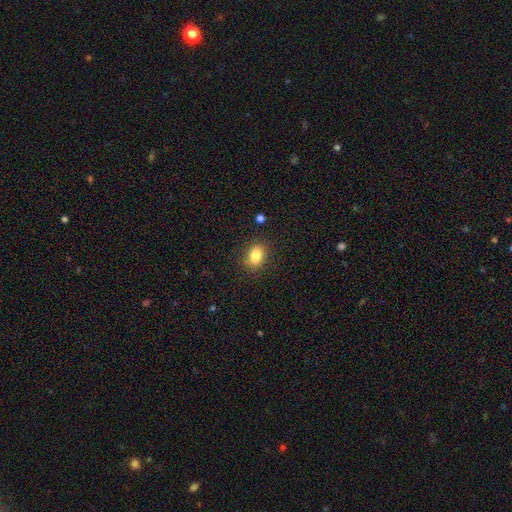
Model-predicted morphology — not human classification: Q: Smooth or featured?
A: smooth (84%); runner-up: star or artifact (10%)
Q: How rounded?
A: in between (73%); runner-up: round (26%)
Q: Merging?
A: none (86%); runner-up: minor disturbance (10%)